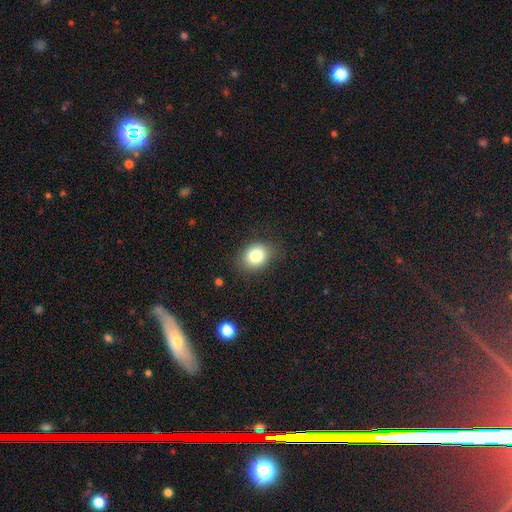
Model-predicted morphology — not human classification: Smooth or featured?
  - smooth: 81% *
  - star or artifact: 10%
  - featured or disk: 9%
How rounded?
  - round: 58% *
  - in between: 41%
  - cigar-shaped: 1%
Merging?
  - none: 82% *
  - minor disturbance: 13%
  - major disturbance: 4%
  - merger: 1%